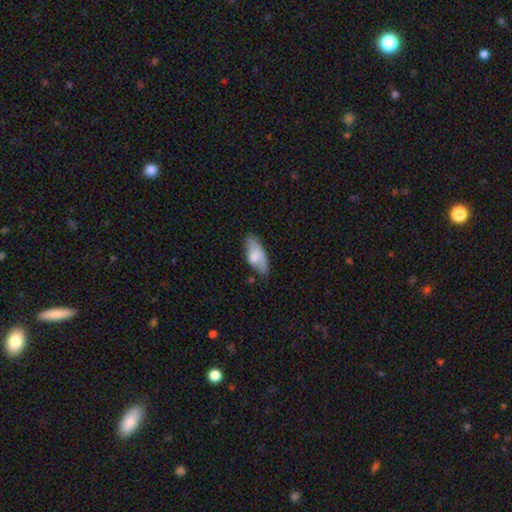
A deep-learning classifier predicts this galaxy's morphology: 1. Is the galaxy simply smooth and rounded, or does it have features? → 71% smooth, 23% featured or disk, 7% star or artifact.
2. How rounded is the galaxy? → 84% in between, 13% cigar-shaped, 3% round.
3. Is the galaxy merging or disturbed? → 55% none, 32% minor disturbance, 9% major disturbance, 4% merger.